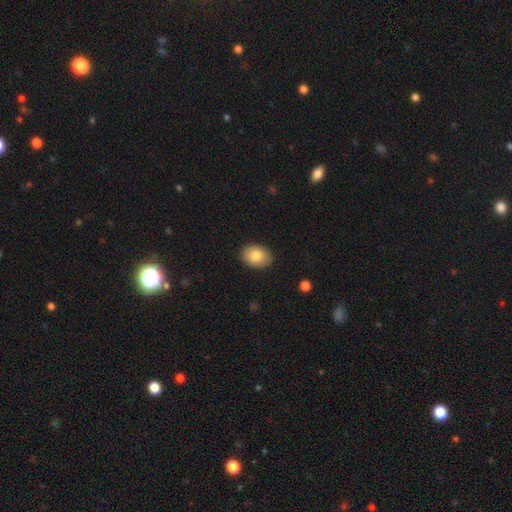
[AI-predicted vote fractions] This appears to be a smooth galaxy with no disk features (83%) that is in between round and cigar-shaped (74%). Merging: none (88%).